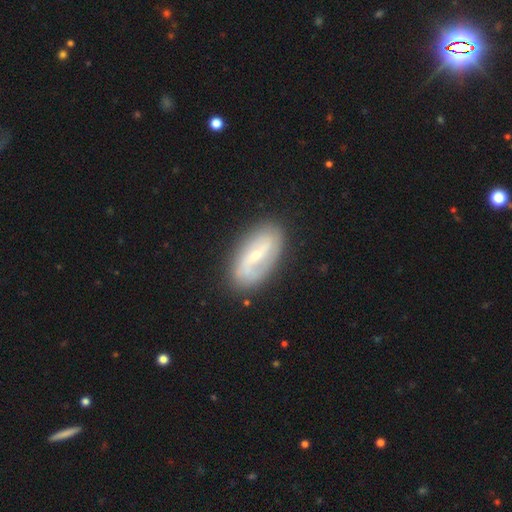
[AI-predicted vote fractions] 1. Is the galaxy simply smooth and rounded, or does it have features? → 71% featured or disk, 23% smooth, 6% star or artifact.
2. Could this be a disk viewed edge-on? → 92% no, 8% yes.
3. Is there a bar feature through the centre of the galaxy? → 43% weak, 36% strong, 20% no.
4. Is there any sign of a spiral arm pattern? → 79% yes, 21% no.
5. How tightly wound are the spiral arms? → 43% loose, 34% medium, 24% tight.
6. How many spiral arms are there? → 77% 2, 14% can't tell, 5% 1, 2% 3, 1% 4, 1% more than 4.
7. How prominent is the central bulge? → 66% small, 28% moderate, 2% none, 2% large, 1% dominant.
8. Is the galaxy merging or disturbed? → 83% none, 12% minor disturbance, 4% major disturbance, 2% merger.